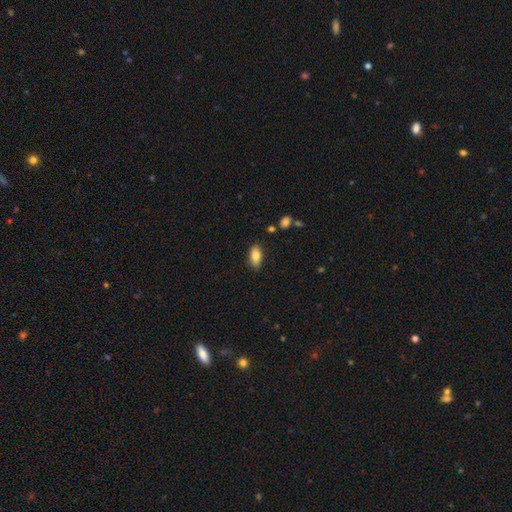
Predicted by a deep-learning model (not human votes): Smooth or featured: smooth — 80% (featured or disk — 12%)
How rounded: in between — 89% (cigar-shaped — 7%)
Merging: none — 84% (minor disturbance — 12%)